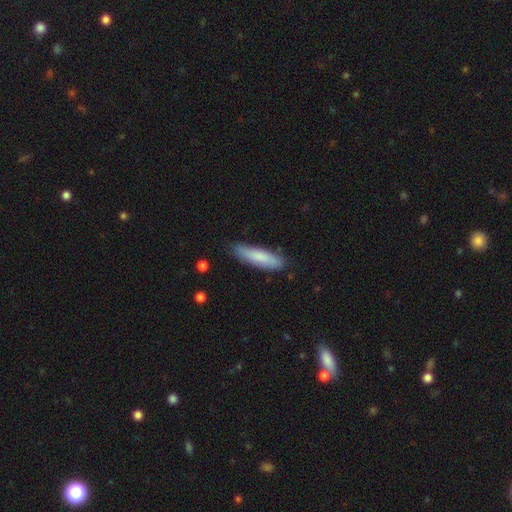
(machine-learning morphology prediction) Overall: smooth (78%). How rounded: cigar-shaped (72%). Merging: none (82%).